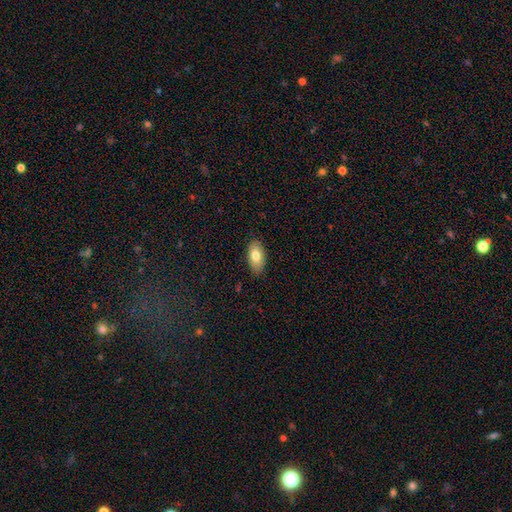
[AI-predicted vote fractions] The model was most divided on "smooth or featured": smooth: 79%, featured or disk: 15%, star or artifact: 6%. More confident: how rounded — in between (94%); merging — none (87%).